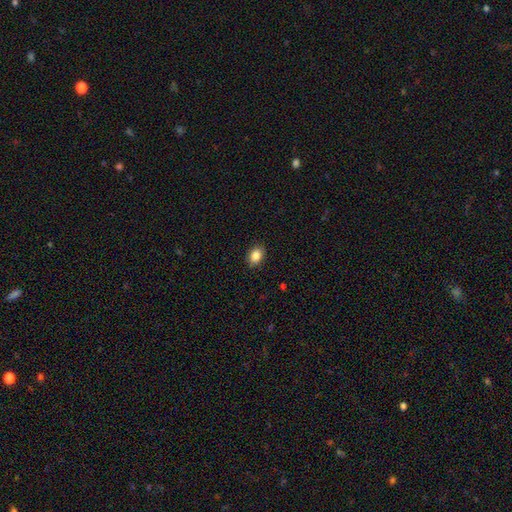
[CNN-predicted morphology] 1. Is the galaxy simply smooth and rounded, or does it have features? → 86% smooth, 9% star or artifact, 5% featured or disk.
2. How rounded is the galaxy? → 70% in between, 29% round, 1% cigar-shaped.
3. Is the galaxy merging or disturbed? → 89% none, 8% minor disturbance, 2% major disturbance, 1% merger.